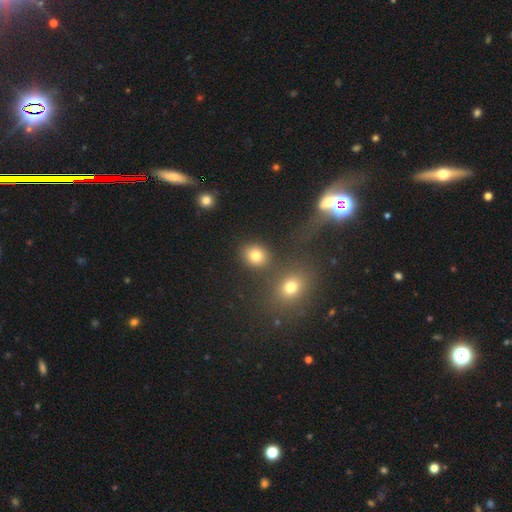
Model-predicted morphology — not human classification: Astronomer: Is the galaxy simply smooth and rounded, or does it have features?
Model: smooth — 79%.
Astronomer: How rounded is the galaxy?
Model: round — 69%.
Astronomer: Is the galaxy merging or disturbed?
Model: none — 80%.